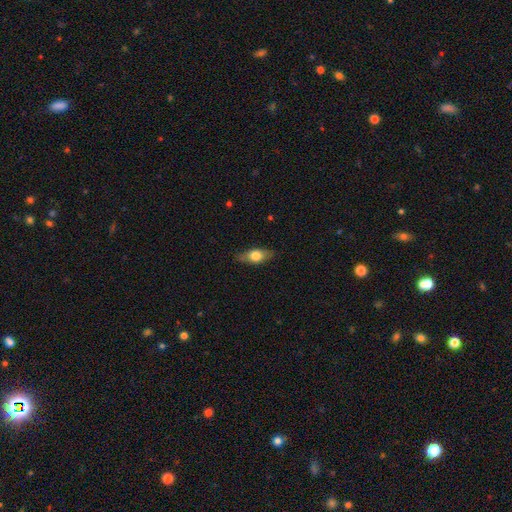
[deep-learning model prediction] Overall: smooth (62%; featured or disk 31%). How rounded: in between (75%). Merging: none (81%).